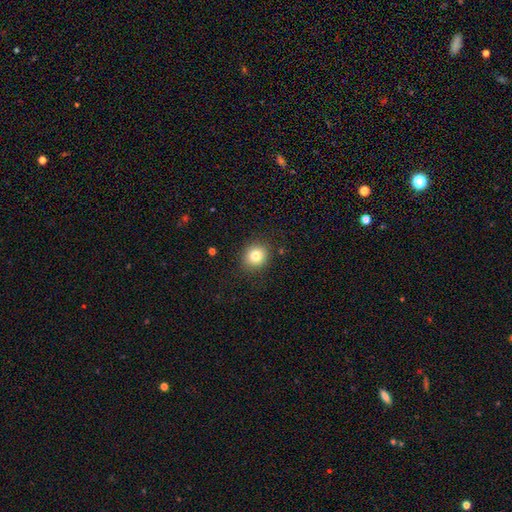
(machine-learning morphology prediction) This is clearly a smooth galaxy (81%). How rounded: clearly round (82%). Merging: clearly none (87%).